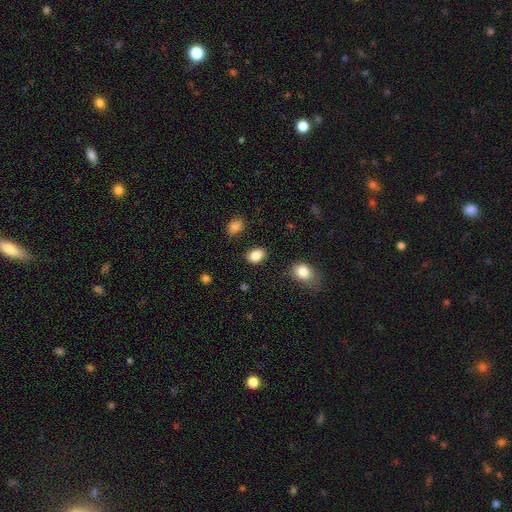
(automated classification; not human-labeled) This appears to be a smooth galaxy with no disk features (86%) that is in between round and cigar-shaped (77%). Merging: none (84%).